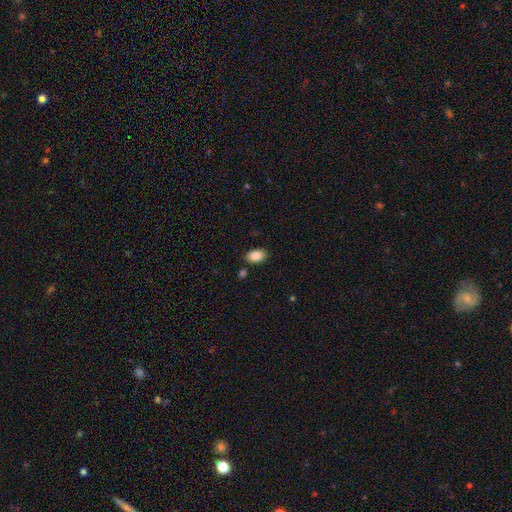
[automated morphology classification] The model was most divided on "merging": none: 86%, minor disturbance: 9%, merger: 3%, major disturbance: 2%. More confident: how rounded — in between (90%); smooth or featured — smooth (85%).